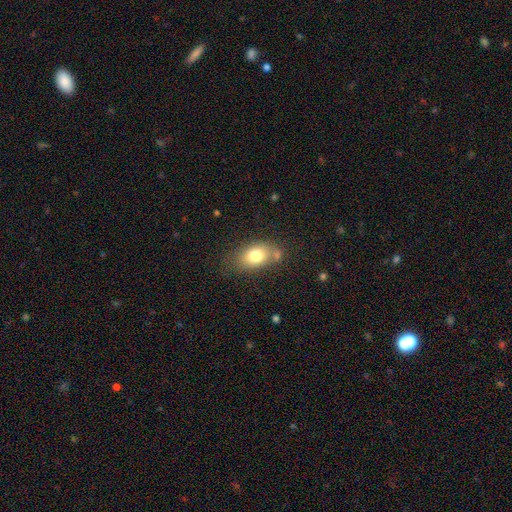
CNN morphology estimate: Smooth or featured?
  - smooth: 76% *
  - featured or disk: 15%
  - star or artifact: 9%
How rounded?
  - in between: 83% *
  - round: 15%
  - cigar-shaped: 2%
Merging?
  - none: 59% *
  - minor disturbance: 21%
  - merger: 13%
  - major disturbance: 7%